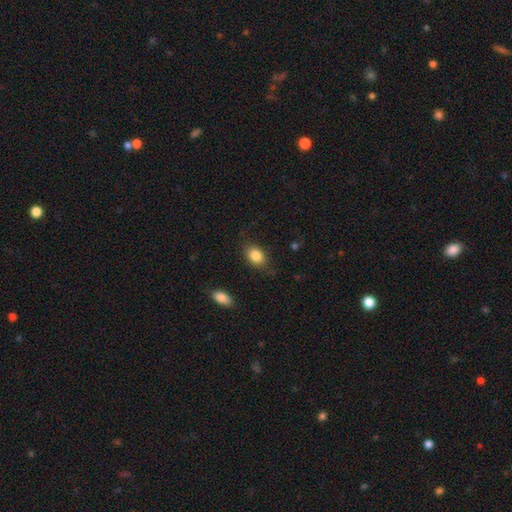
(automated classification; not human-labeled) Morphology: type=smooth (85%); roundness=in between (75%); merging=none (79%).